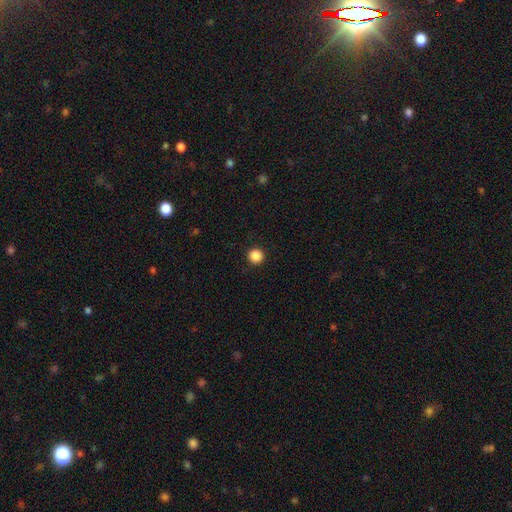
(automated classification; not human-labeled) A smooth galaxy with no disk features (87%) that is round (96%). Merging: none (93%).